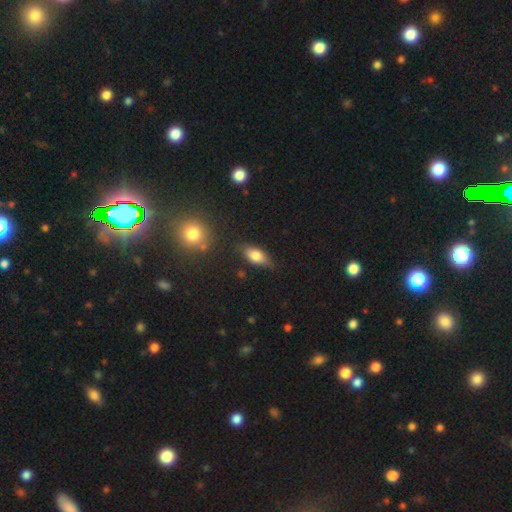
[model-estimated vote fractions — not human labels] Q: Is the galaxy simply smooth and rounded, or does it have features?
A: smooth — 74%.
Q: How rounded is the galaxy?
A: in between — 81%.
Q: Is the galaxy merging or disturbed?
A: none — 74%.